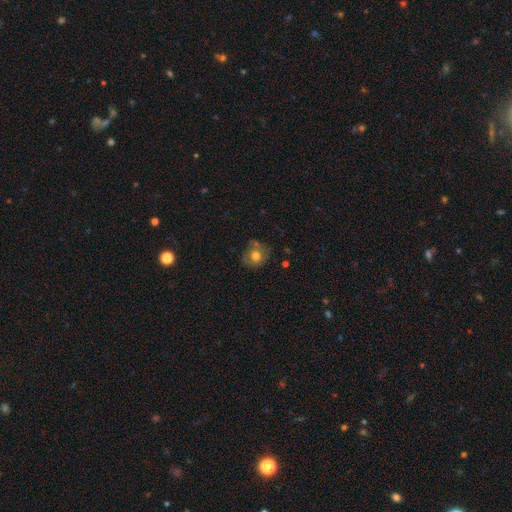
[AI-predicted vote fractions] Q: Smooth or featured?
A: smooth (70%); runner-up: featured or disk (19%)
Q: How rounded?
A: round (82%); runner-up: in between (17%)
Q: Merging?
A: none (69%); runner-up: minor disturbance (19%)